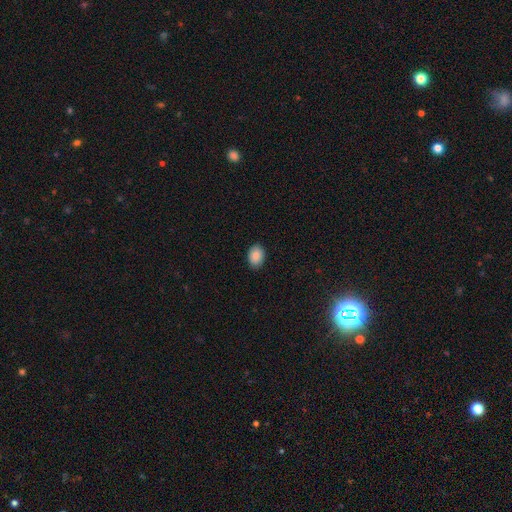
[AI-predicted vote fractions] smooth_or_featured: smooth (p=0.88) [alt: star or artifact p=0.08]
how_rounded: in between (p=0.76) [alt: round p=0.23]
merging: none (p=0.89) [alt: minor disturbance p=0.08]